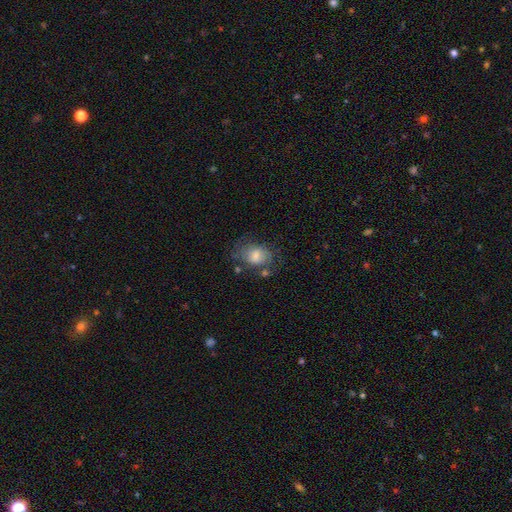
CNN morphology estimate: A smooth galaxy with no disk features (60%) that is in between round and cigar-shaped (69%). Merging: none (46%).